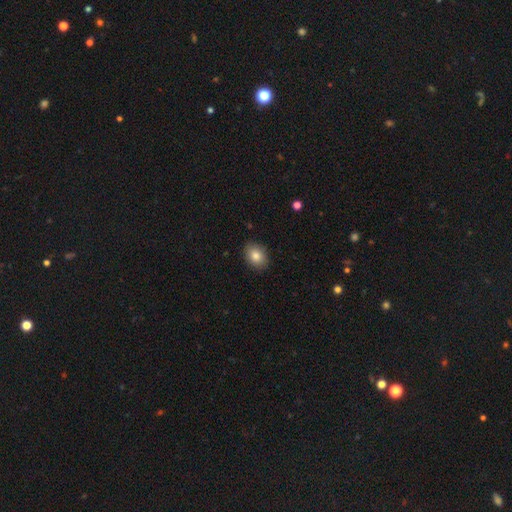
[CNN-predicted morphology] Overall: smooth (84%). How rounded: in between (64%; round 35%). Merging: none (88%).